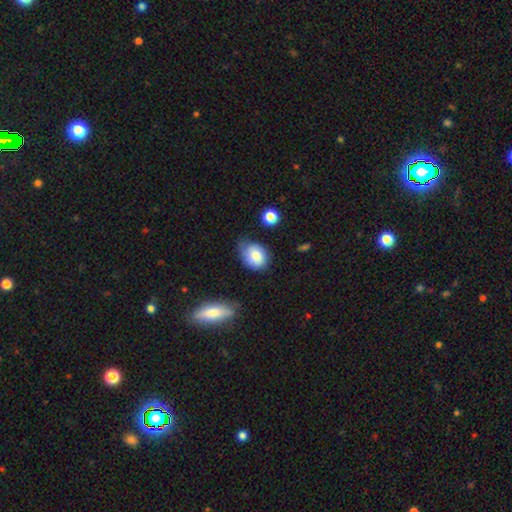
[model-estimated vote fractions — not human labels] Smooth or featured?
  - smooth: 75% *
  - featured or disk: 17%
  - star or artifact: 8%
How rounded?
  - in between: 55% *
  - round: 44%
  - cigar-shaped: 1%
Merging?
  - none: 52% *
  - minor disturbance: 36%
  - major disturbance: 9%
  - merger: 4%